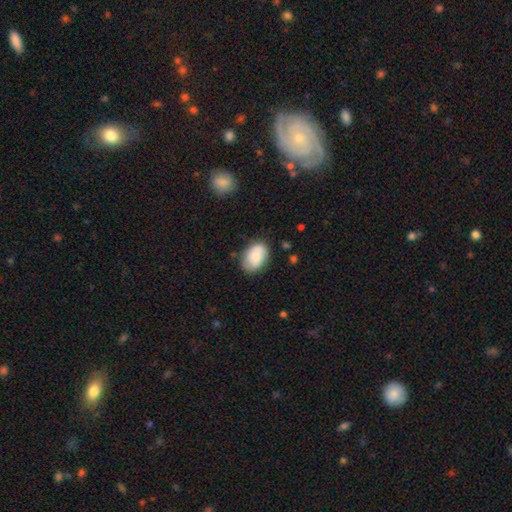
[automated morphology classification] Q: Smooth or featured?
A: smooth (78%); runner-up: featured or disk (15%)
Q: How rounded?
A: in between (86%); runner-up: round (13%)
Q: Merging?
A: none (74%); runner-up: minor disturbance (19%)